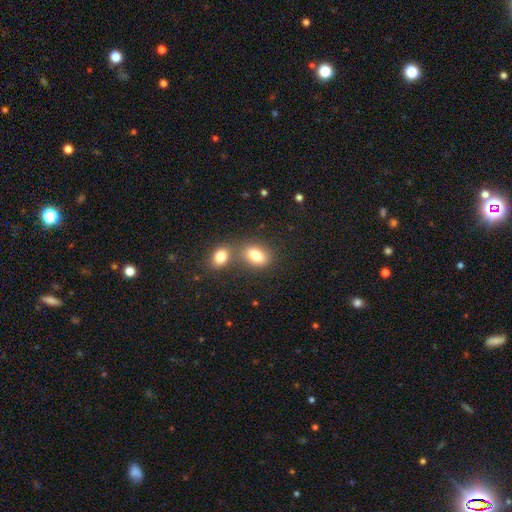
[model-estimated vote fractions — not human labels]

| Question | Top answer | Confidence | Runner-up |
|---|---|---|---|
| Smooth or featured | smooth | 81% | featured or disk (10%) |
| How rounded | in between | 80% | round (18%) |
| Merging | none | 48% | merger (38%) |